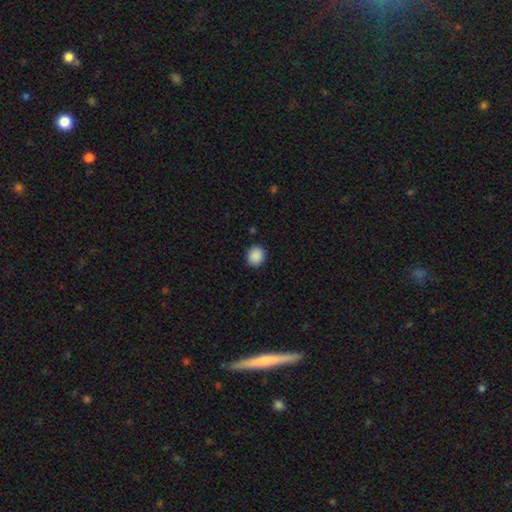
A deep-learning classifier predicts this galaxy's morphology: smooth_or_featured: smooth (p=0.89) [alt: star or artifact p=0.08]
how_rounded: round (p=0.89) [alt: in between p=0.10]
merging: none (p=0.92) [alt: minor disturbance p=0.06]